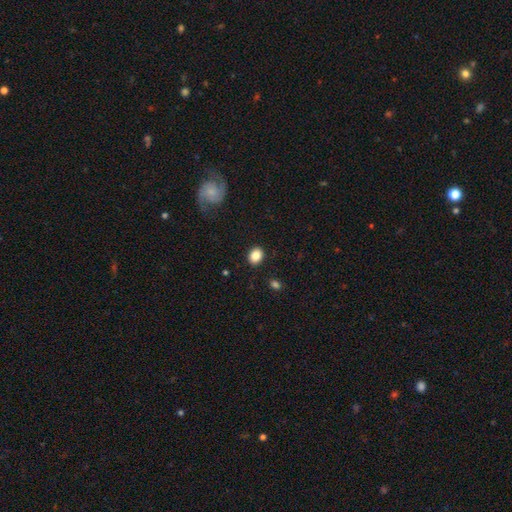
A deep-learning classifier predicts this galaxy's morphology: The model was most divided on "how rounded": round: 54%, in between: 46%, cigar-shaped: 1%. More confident: merging — none (89%); smooth or featured — smooth (84%).